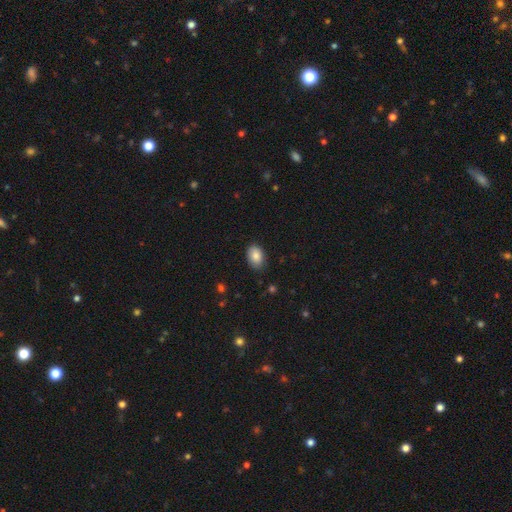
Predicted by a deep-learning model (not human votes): Smooth or featured?
  - smooth: 87% *
  - star or artifact: 7%
  - featured or disk: 6%
How rounded?
  - in between: 86% *
  - round: 12%
  - cigar-shaped: 1%
Merging?
  - none: 84% *
  - minor disturbance: 13%
  - major disturbance: 2%
  - merger: 1%